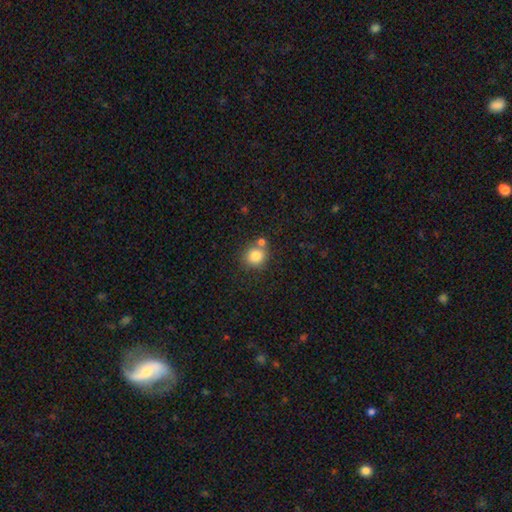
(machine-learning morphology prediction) smooth 83%, star or artifact 10%, featured or disk 7%. Down the decision tree: how rounded — round (84%); merging — none (64%).